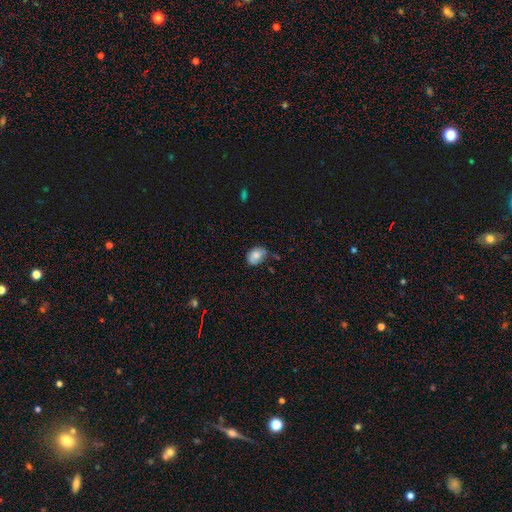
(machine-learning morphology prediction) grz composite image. It shows a smooth galaxy with no disk features (77%) that is in between round and cigar-shaped (74%). Merging: none (52%).